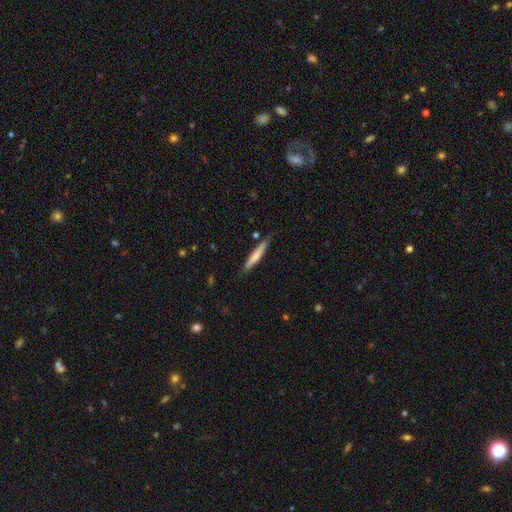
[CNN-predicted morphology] This is likely a smooth galaxy (65%). How rounded: clearly cigar-shaped (93%). Merging: clearly none (82%).